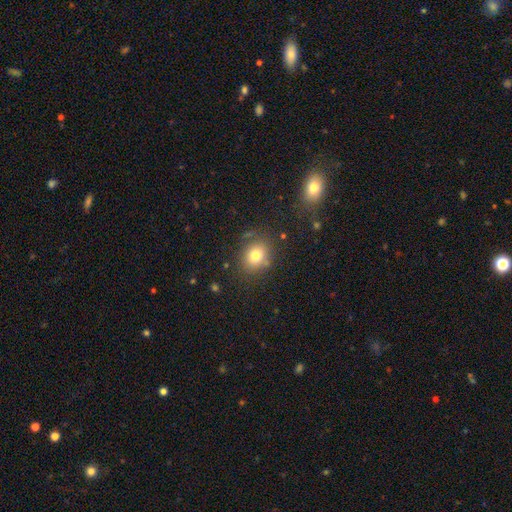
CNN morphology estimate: A smooth galaxy with no disk features (77%) that is round (62%). Merging: none (81%).